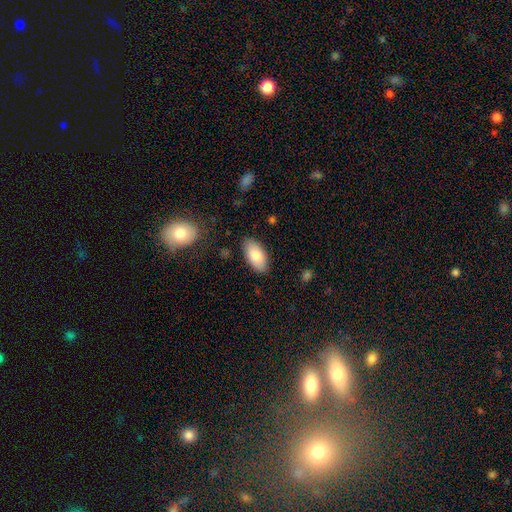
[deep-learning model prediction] The model was most divided on "smooth or featured": smooth: 82%, featured or disk: 12%, star or artifact: 6%. More confident: how rounded — in between (94%); merging — none (85%).